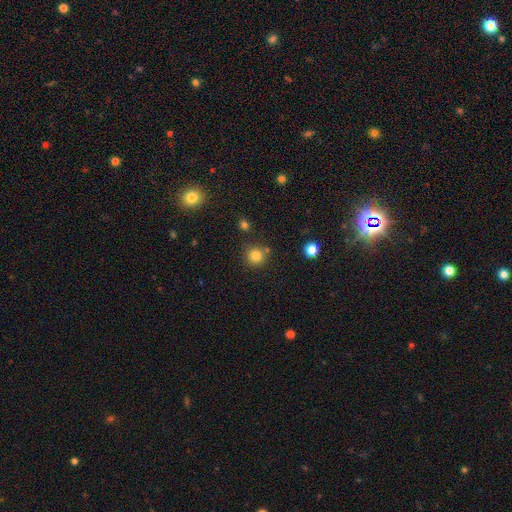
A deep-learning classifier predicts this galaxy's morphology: A smooth galaxy with no disk features (82%) that is round (93%).

Vote fractions:
- Smooth or featured? smooth: 82% / star or artifact: 13% / featured or disk: 5%
- How rounded? round: 93% / in between: 6% / cigar-shaped: 1%
- Merging? none: 80% / minor disturbance: 9% / merger: 7% / major disturbance: 3%